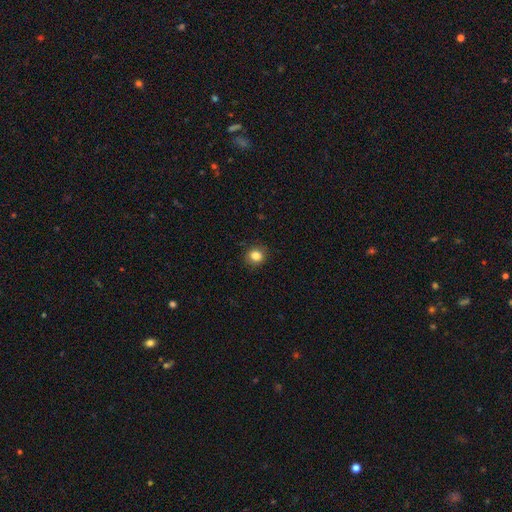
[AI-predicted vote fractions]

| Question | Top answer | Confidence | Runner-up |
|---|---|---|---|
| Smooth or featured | smooth | 84% | star or artifact (11%) |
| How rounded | round | 80% | in between (19%) |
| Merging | none | 89% | minor disturbance (8%) |